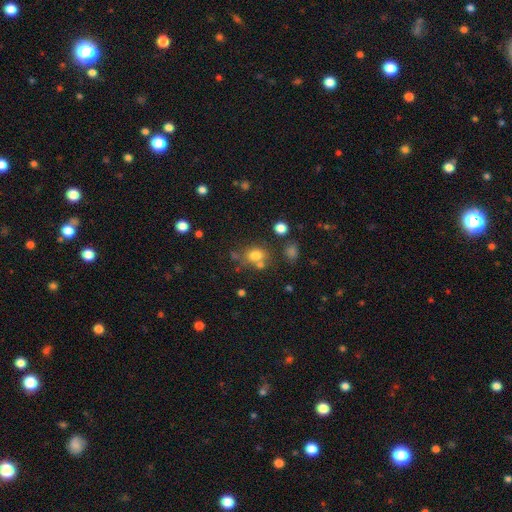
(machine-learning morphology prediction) Smooth or featured? Predicted: smooth (p=0.75). How rounded? Predicted: round (p=0.58). Merging? Predicted: none (p=0.60).